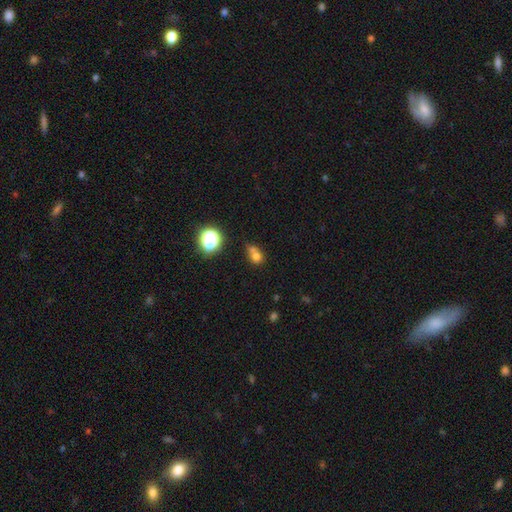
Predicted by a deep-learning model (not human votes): smooth-or-featured: smooth: 70% | star or artifact: 17% | featured or disk: 13%
  how-rounded: round: 65% | in between: 34% | cigar-shaped: 1%
  merging: merger: 42% | none: 38% | minor disturbance: 13% | major disturbance: 6%